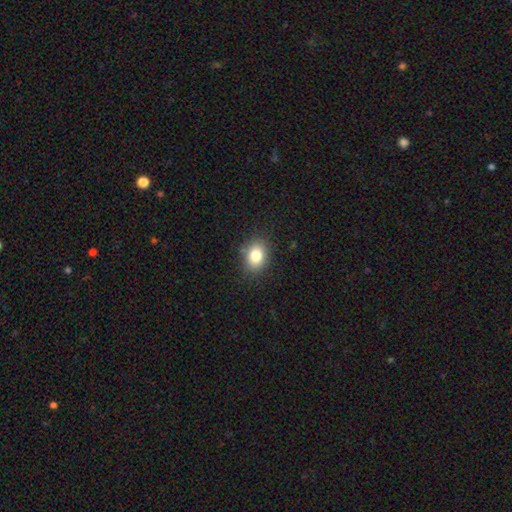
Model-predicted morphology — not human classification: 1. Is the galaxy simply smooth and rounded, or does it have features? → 82% smooth, 10% star or artifact, 8% featured or disk.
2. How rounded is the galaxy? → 61% in between, 38% round, 1% cigar-shaped.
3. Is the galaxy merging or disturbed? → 84% none, 12% minor disturbance, 3% major disturbance, 1% merger.